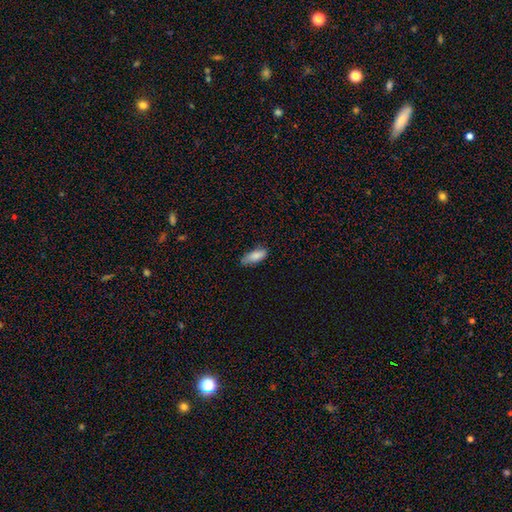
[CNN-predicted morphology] A smooth galaxy with no disk features (85%) that is in between round and cigar-shaped (77%).

Vote fractions:
- Smooth or featured? smooth: 85% / featured or disk: 8% / star or artifact: 7%
- How rounded? in between: 77% / cigar-shaped: 21% / round: 2%
- Merging? none: 70% / minor disturbance: 24% / major disturbance: 4% / merger: 1%